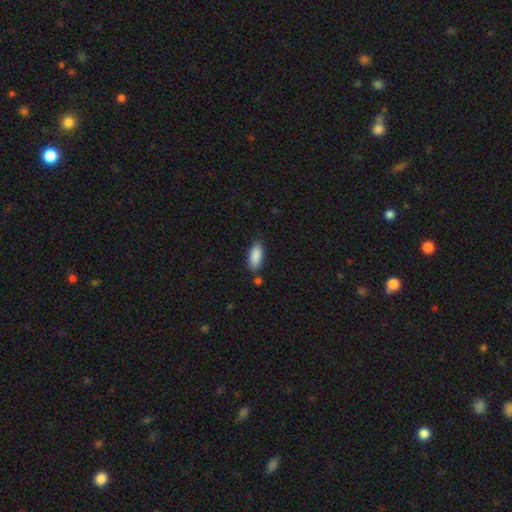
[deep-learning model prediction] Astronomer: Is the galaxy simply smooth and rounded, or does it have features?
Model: smooth — 89%.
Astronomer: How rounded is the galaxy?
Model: in between — 85%.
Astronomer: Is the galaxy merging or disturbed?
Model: none — 80%.